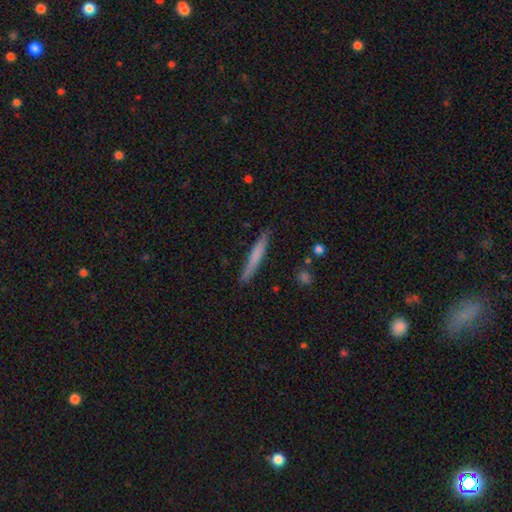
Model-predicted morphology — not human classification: smooth 66%, featured or disk 28%, star or artifact 6%. Down the decision tree: how rounded — cigar-shaped (96%); merging — none (88%).